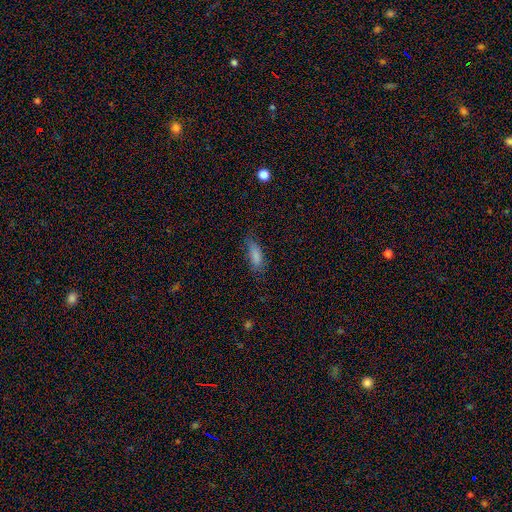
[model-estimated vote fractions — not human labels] Q: Smooth or featured?
A: smooth (82%); runner-up: star or artifact (9%)
Q: How rounded?
A: in between (69%); runner-up: cigar-shaped (28%)
Q: Merging?
A: none (61%); runner-up: minor disturbance (28%)